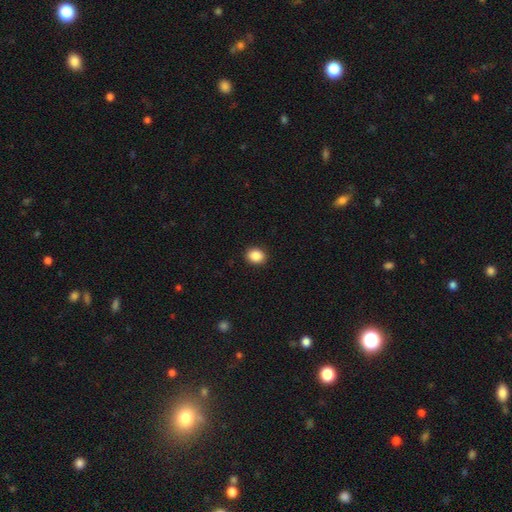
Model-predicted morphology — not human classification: smooth 88%, star or artifact 9%, featured or disk 3%. Down the decision tree: how rounded — round (60%); merging — none (91%).